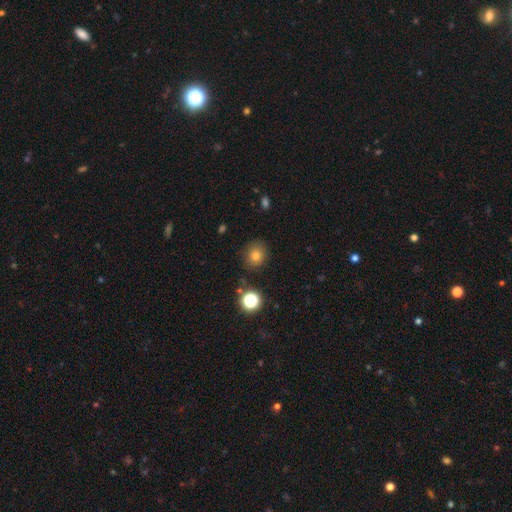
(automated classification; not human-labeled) The model was most divided on "how rounded": round: 80%, in between: 20%, cigar-shaped: 1%. More confident: merging — none (84%); smooth or featured — smooth (77%).